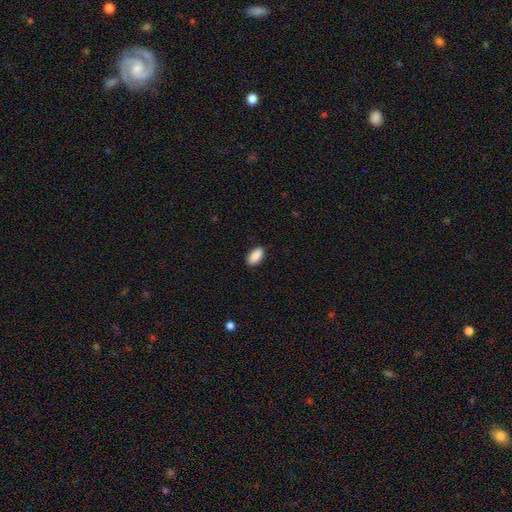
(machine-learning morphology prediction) smooth 91%, star or artifact 7%, featured or disk 3%. Down the decision tree: how rounded — in between (93%); merging — none (88%).